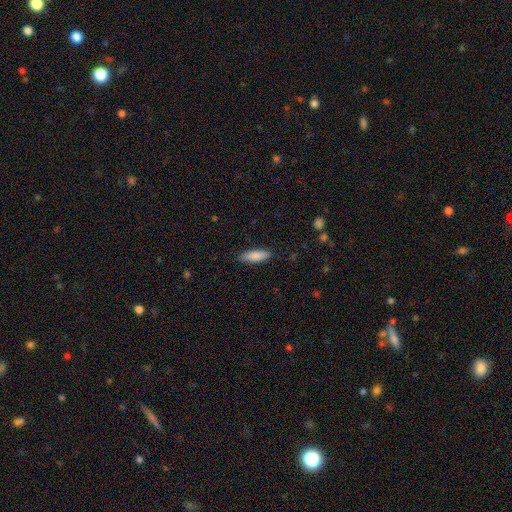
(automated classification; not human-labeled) The model was most divided on "how rounded": in between: 50%, cigar-shaped: 49%, round: 2%. More confident: smooth or featured — smooth (85%); merging — none (84%).